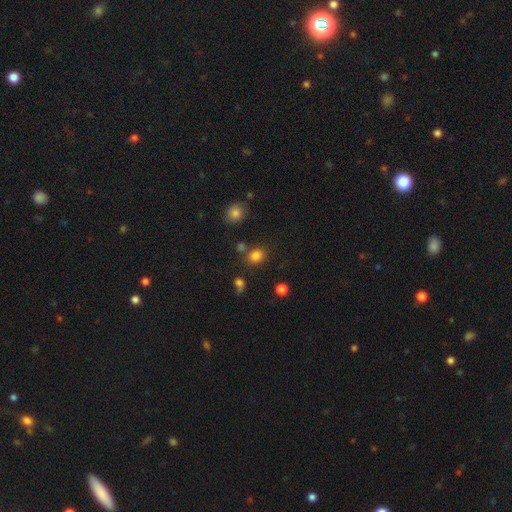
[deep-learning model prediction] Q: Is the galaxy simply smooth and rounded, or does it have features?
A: smooth — 81%.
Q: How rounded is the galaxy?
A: round — 60%.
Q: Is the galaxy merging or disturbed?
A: none — 75%.